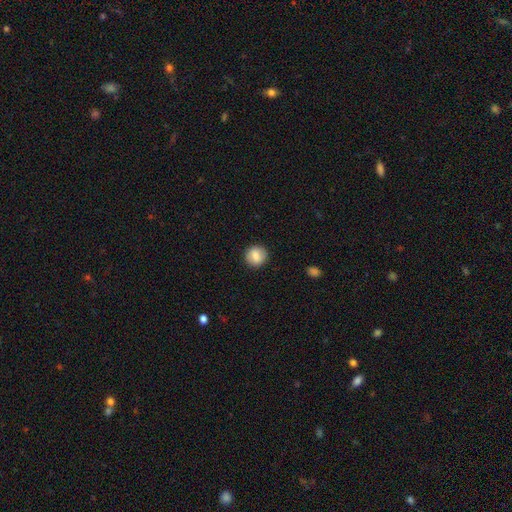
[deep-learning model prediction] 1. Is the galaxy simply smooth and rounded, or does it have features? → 81% smooth, 11% featured or disk, 8% star or artifact.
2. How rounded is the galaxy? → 87% round, 12% in between, 1% cigar-shaped.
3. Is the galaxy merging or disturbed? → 89% none, 8% minor disturbance, 2% major disturbance, 1% merger.